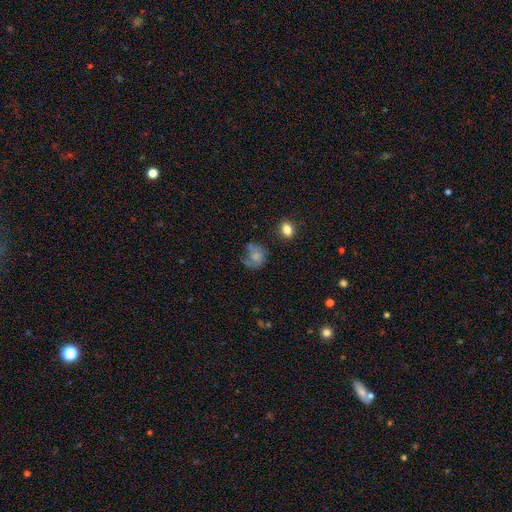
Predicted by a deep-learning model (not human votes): The model was most divided on "merging": none: 41%, minor disturbance: 27%, major disturbance: 26%, merger: 6%. More confident: how rounded — round (69%); smooth or featured — smooth (62%).